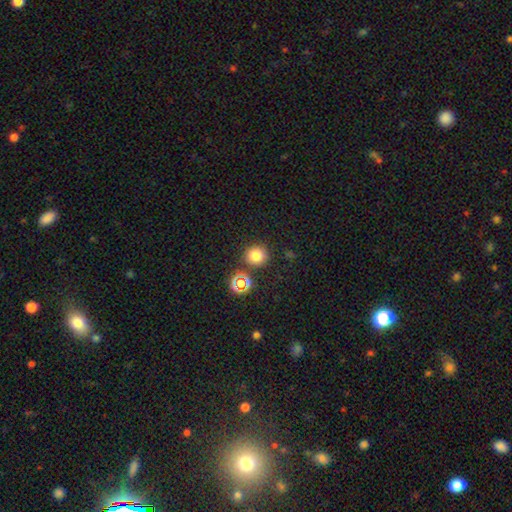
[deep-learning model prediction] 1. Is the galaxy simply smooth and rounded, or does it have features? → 77% smooth, 17% star or artifact, 6% featured or disk.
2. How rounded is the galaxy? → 90% round, 9% in between, 1% cigar-shaped.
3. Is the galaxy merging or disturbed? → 83% none, 8% minor disturbance, 6% merger, 3% major disturbance.